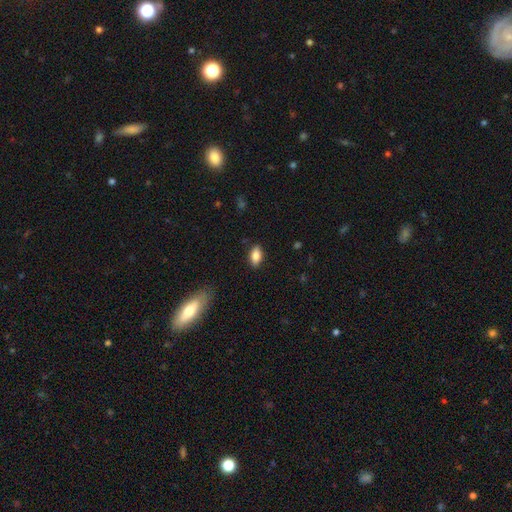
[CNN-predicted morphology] Q: Smooth or featured?
A: smooth (84%); runner-up: featured or disk (8%)
Q: How rounded?
A: in between (89%); runner-up: cigar-shaped (6%)
Q: Merging?
A: none (86%); runner-up: minor disturbance (10%)